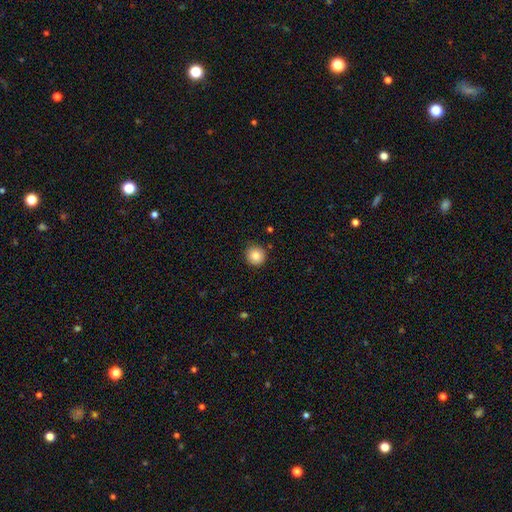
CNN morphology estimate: smooth_or_featured: smooth (p=0.85) [alt: star or artifact p=0.09]
how_rounded: round (p=0.95) [alt: in between p=0.04]
merging: none (p=0.89) [alt: minor disturbance p=0.07]